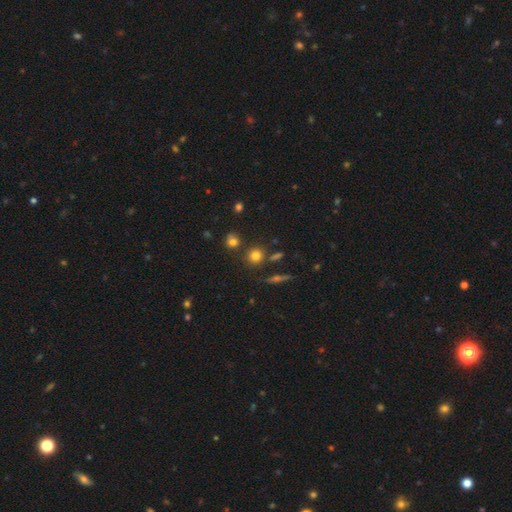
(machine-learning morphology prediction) The model was most divided on "smooth or featured": smooth: 76%, star or artifact: 15%, featured or disk: 9%. More confident: how rounded — round (89%); merging — none (78%).